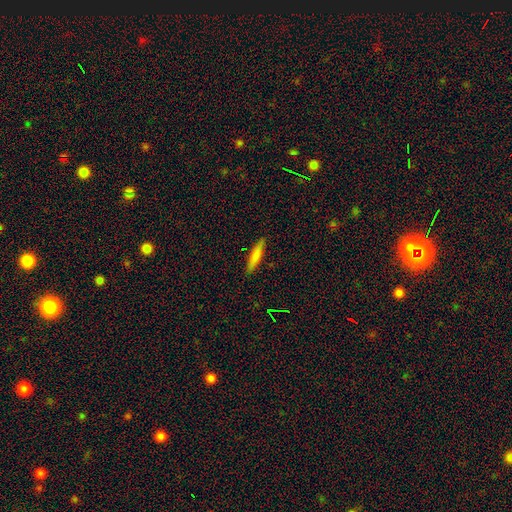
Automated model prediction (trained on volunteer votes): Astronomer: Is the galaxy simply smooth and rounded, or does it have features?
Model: smooth — 77%.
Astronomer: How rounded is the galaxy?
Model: cigar-shaped — 85%.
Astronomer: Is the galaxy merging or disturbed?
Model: none — 88%.